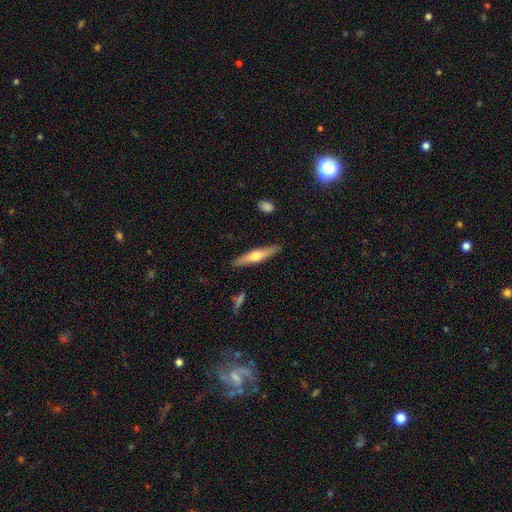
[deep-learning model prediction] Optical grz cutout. It shows a featured or disk galaxy (49%). Merging: none (88%).